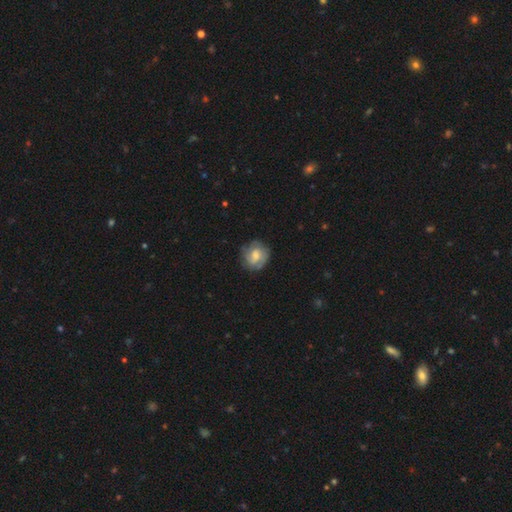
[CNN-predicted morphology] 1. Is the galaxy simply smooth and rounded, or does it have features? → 47% smooth, 46% featured or disk, 7% star or artifact.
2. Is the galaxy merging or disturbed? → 74% none, 19% minor disturbance, 6% major disturbance, 1% merger.